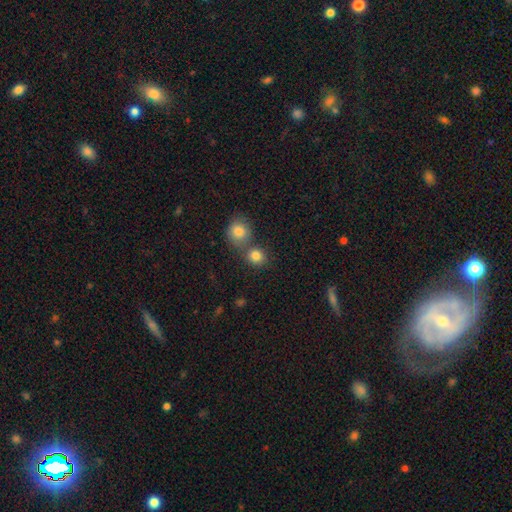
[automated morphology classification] smooth_or_featured: smooth (p=0.83) [alt: star or artifact p=0.11]
how_rounded: round (p=0.81) [alt: in between p=0.18]
merging: none (p=0.53) [alt: merger p=0.37]